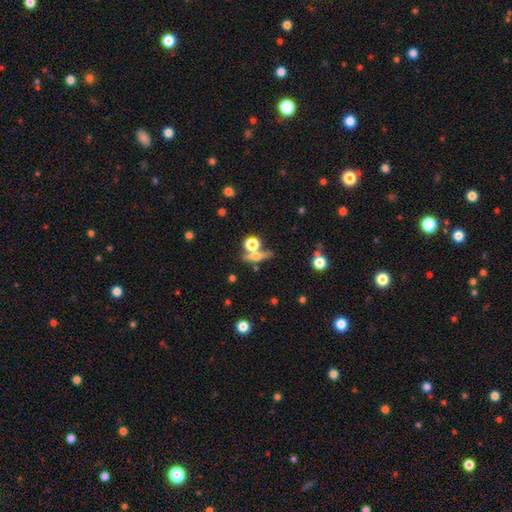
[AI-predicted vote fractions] Morphology: type=smooth (48%); merging=none (64%).